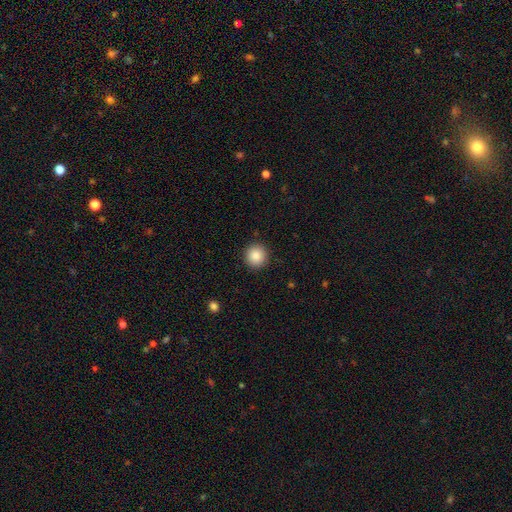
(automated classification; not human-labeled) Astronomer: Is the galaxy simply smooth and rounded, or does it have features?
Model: smooth — 87%.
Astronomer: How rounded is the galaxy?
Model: round — 93%.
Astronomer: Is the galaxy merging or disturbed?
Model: none — 92%.